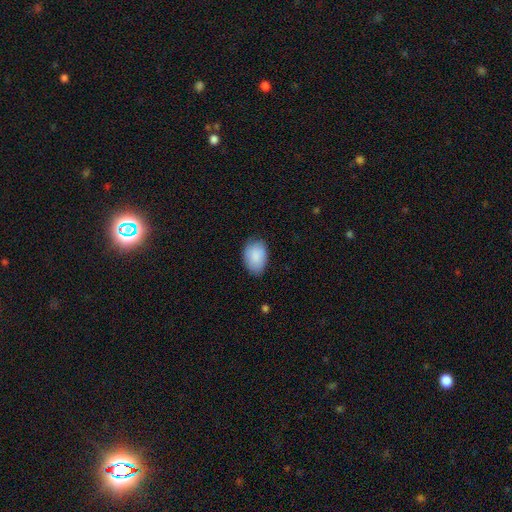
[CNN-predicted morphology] Smooth or featured?
  - smooth: 88% *
  - star or artifact: 6%
  - featured or disk: 6%
How rounded?
  - in between: 85% *
  - round: 14%
  - cigar-shaped: 1%
Merging?
  - none: 73% *
  - minor disturbance: 22%
  - major disturbance: 4%
  - merger: 1%